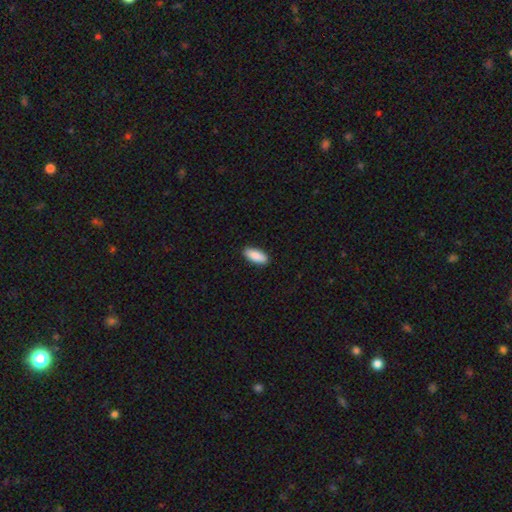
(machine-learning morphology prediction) Smooth or featured?
  - smooth: 90% *
  - star or artifact: 5%
  - featured or disk: 5%
How rounded?
  - in between: 82% *
  - cigar-shaped: 17%
  - round: 2%
Merging?
  - none: 90% *
  - minor disturbance: 8%
  - major disturbance: 2%
  - merger: 1%